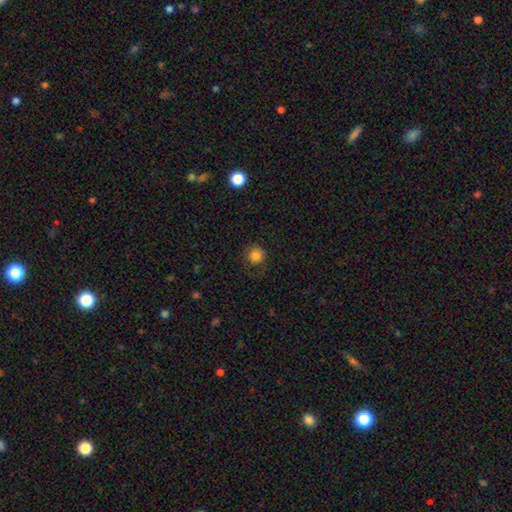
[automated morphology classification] Overall: smooth (82%). How rounded: round (91%). Merging: none (75%).